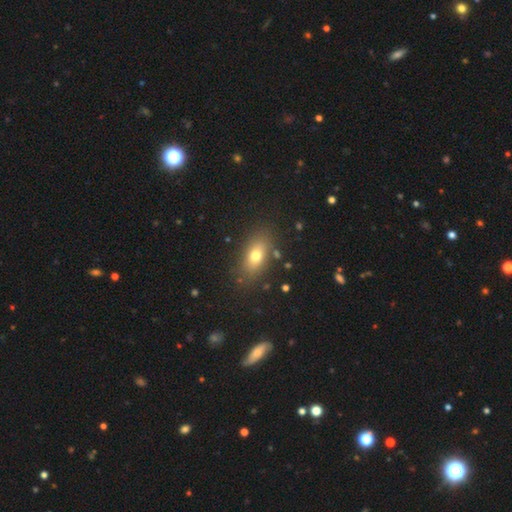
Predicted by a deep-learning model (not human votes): The model was most divided on "smooth or featured": smooth: 73%, featured or disk: 16%, star or artifact: 11%. More confident: merging — none (82%); how rounded — in between (80%).